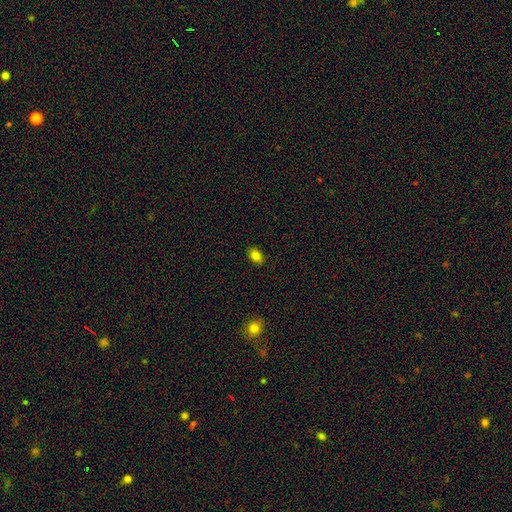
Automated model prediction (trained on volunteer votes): smooth 82%, star or artifact 11%, featured or disk 7%. Down the decision tree: how rounded — in between (82%); merging — none (88%).